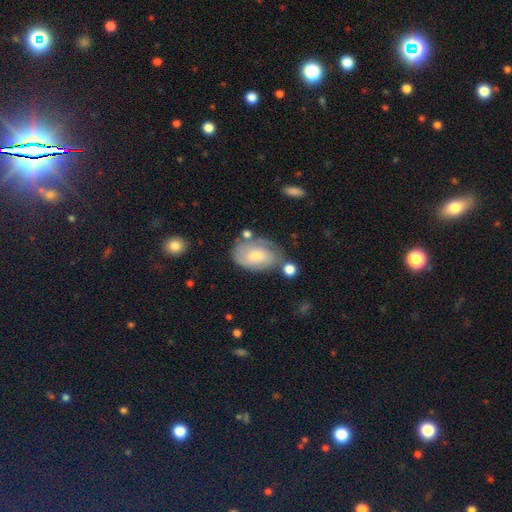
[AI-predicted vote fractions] Smooth or featured? Predicted: featured or disk (p=0.52). Edge-on disk? Predicted: no (p=0.94). Merging? Predicted: none (p=0.54).